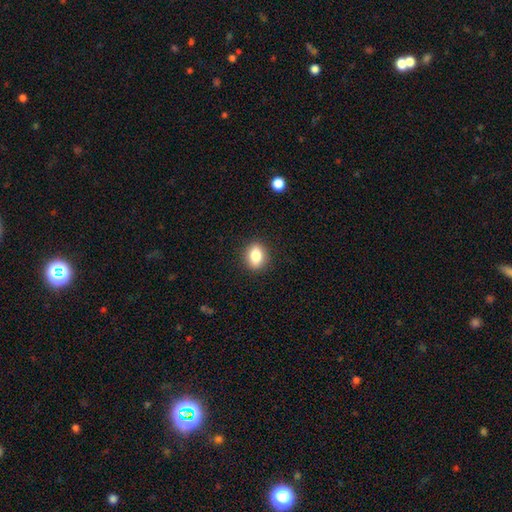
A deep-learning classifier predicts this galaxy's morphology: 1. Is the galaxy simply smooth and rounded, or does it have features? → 80% smooth, 11% featured or disk, 9% star or artifact.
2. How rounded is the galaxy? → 58% in between, 40% round, 2% cigar-shaped.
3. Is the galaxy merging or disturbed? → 89% none, 8% minor disturbance, 2% major disturbance, 1% merger.